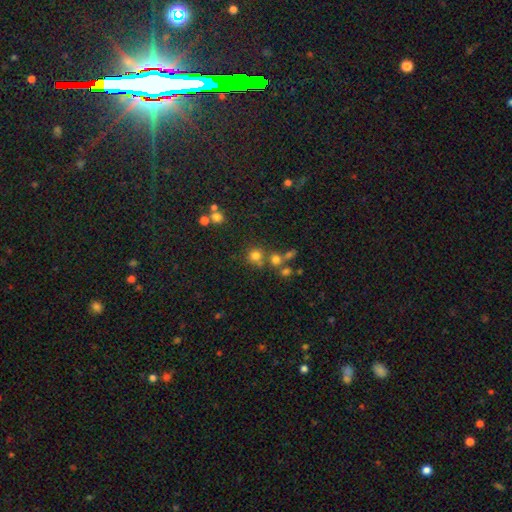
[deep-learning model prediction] This appears to be a smooth galaxy with no disk features (72%) that is round (91%). Merging: none (67%).